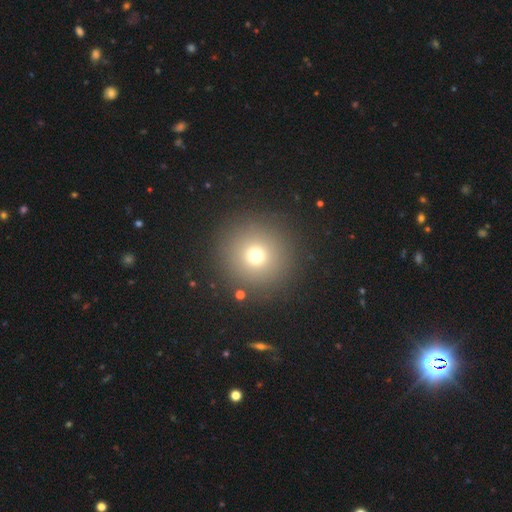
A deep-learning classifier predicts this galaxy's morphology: smooth_or_featured: smooth (p=0.70) [alt: star or artifact p=0.19]
how_rounded: round (p=0.96) [alt: in between p=0.03]
merging: none (p=0.89) [alt: minor disturbance p=0.06]